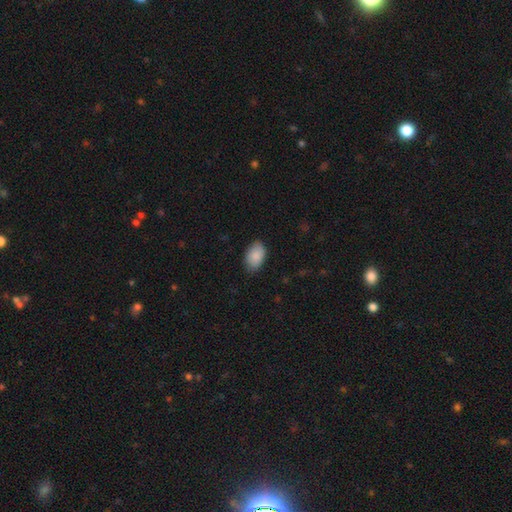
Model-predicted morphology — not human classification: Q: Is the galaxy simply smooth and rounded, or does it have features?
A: smooth — 89%.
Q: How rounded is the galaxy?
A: in between — 92%.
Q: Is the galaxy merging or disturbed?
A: none — 82%.